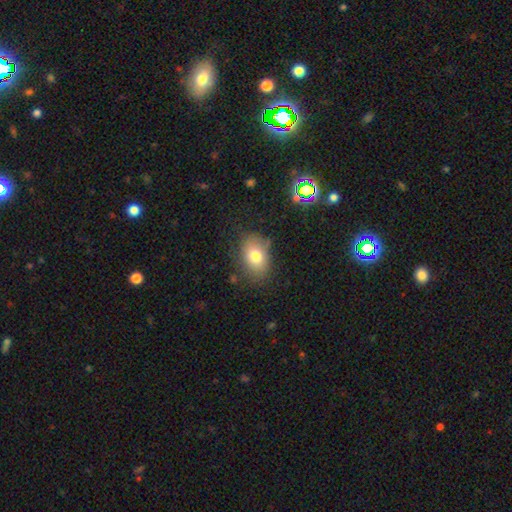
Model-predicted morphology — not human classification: smooth_or_featured: smooth (p=0.76) [alt: featured or disk p=0.15]
how_rounded: in between (p=0.78) [alt: round p=0.21]
merging: none (p=0.74) [alt: minor disturbance p=0.19]